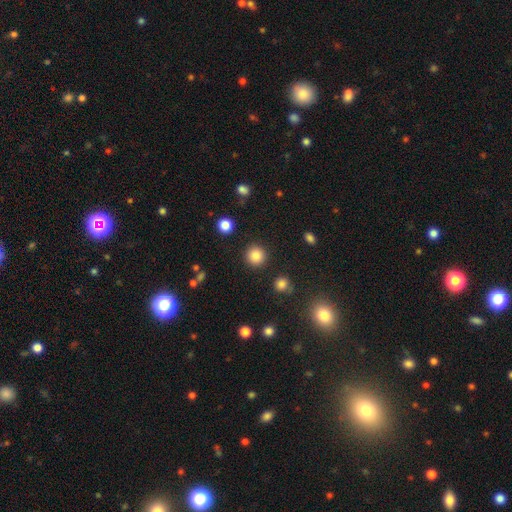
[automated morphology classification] Smooth or featured? Predicted: smooth (p=0.85). How rounded? Predicted: round (p=0.94). Merging? Predicted: none (p=0.91).